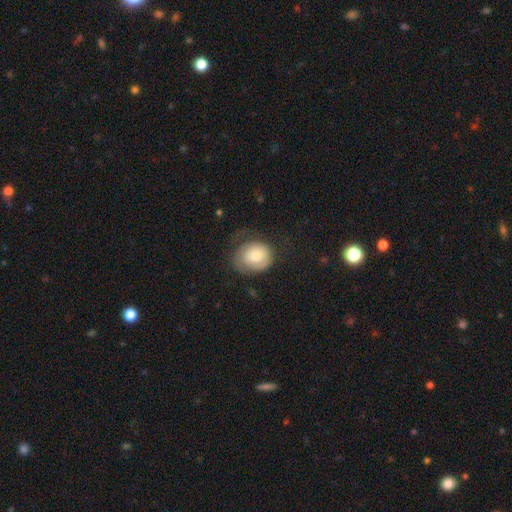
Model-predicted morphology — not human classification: Smooth or featured? smooth (69%)
How rounded? round (63%)
Merging? none (49%)